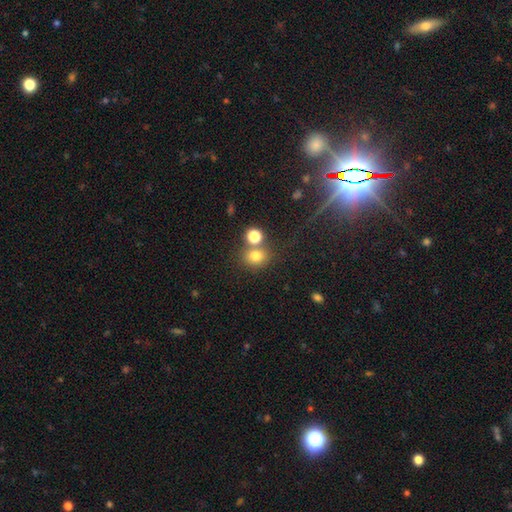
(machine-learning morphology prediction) A smooth galaxy with no disk features (76%) that is round (69%).

Vote fractions:
- Smooth or featured? smooth: 76% / star or artifact: 16% / featured or disk: 8%
- How rounded? round: 69% / in between: 30% / cigar-shaped: 1%
- Merging? none: 62% / merger: 24% / minor disturbance: 10% / major disturbance: 4%